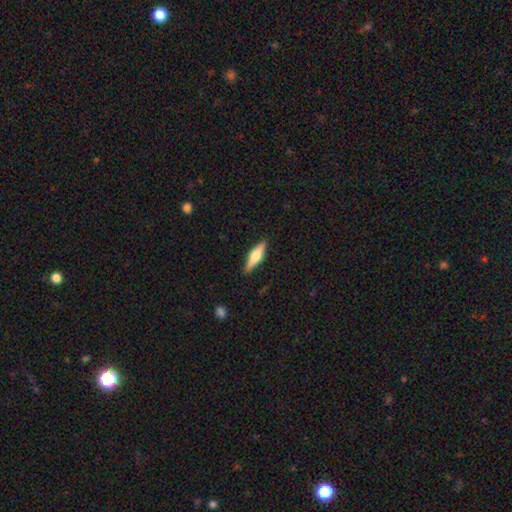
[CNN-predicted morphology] Smooth or featured? smooth (47%, tied with featured or disk)
Merging? none (88%)